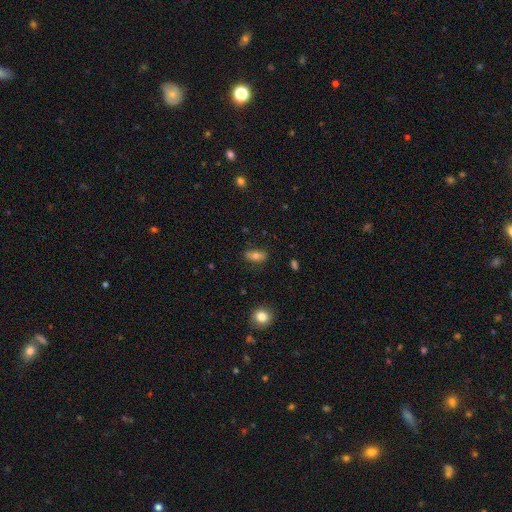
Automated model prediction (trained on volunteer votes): Smooth or featured: smooth — 67% (featured or disk — 23%)
How rounded: in between — 75% (cigar-shaped — 16%)
Merging: none — 79% (minor disturbance — 15%)